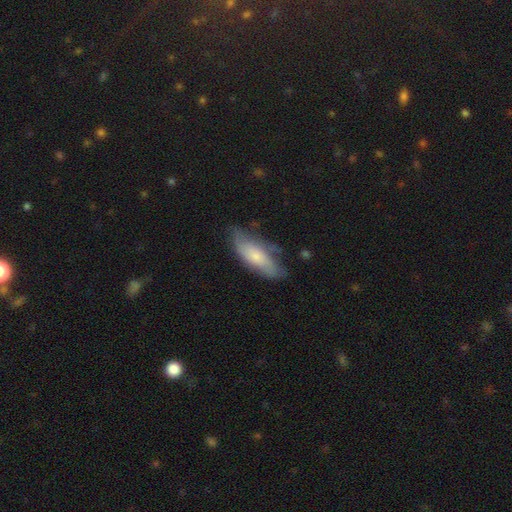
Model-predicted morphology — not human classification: Smooth or featured?
  - smooth: 61% *
  - featured or disk: 33%
  - star or artifact: 6%
How rounded?
  - in between: 67% *
  - cigar-shaped: 31%
  - round: 2%
Merging?
  - none: 55% *
  - minor disturbance: 32%
  - major disturbance: 10%
  - merger: 3%